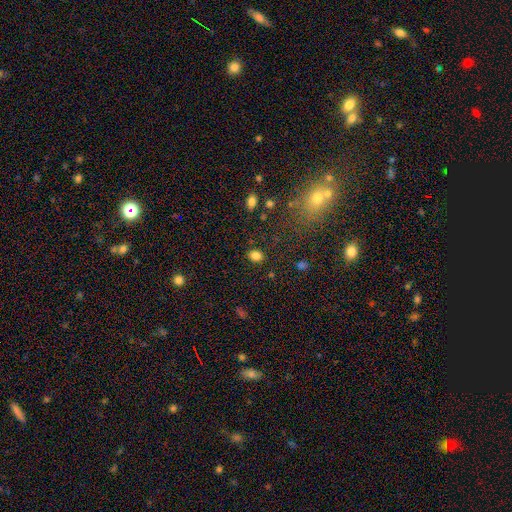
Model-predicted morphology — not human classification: Smooth or featured: smooth — 83% (star or artifact — 12%)
How rounded: in between — 51% (round — 48%)
Merging: none — 86% (minor disturbance — 9%)